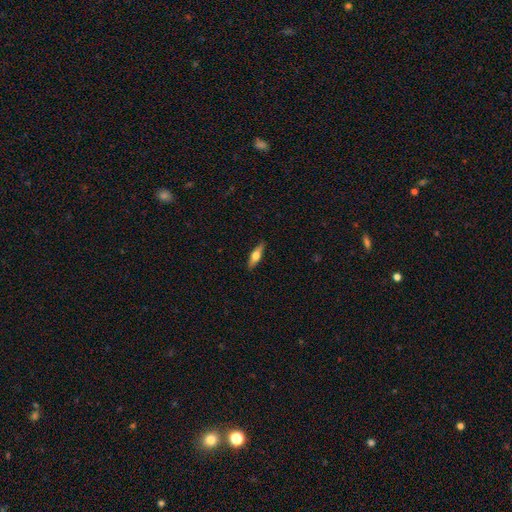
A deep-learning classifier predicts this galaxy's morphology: A smooth galaxy with no disk features (53%) that is cigar-shaped (59%).

Vote fractions:
- Smooth or featured? smooth: 53% / featured or disk: 41% / star or artifact: 6%
- How rounded? cigar-shaped: 59% / in between: 39% / round: 2%
- Merging? none: 89% / minor disturbance: 8% / major disturbance: 2% / merger: 1%